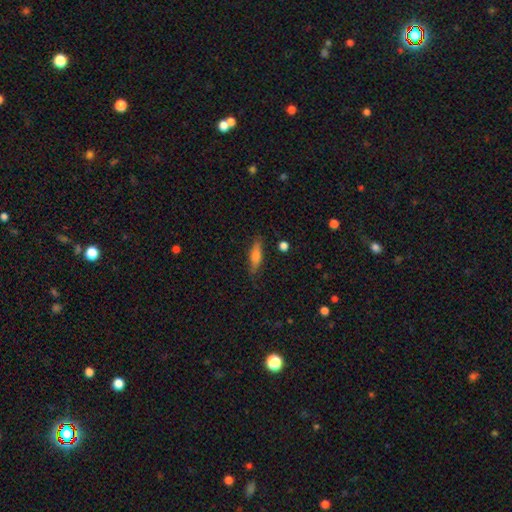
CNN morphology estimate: A smooth galaxy with no disk features (58%) that is cigar-shaped (69%).

Vote fractions:
- Smooth or featured? smooth: 58% / featured or disk: 34% / star or artifact: 8%
- How rounded? cigar-shaped: 69% / in between: 28% / round: 3%
- Merging? none: 83% / minor disturbance: 13% / major disturbance: 3% / merger: 2%